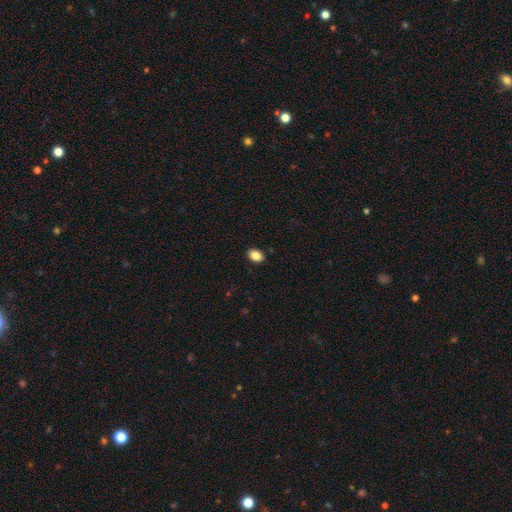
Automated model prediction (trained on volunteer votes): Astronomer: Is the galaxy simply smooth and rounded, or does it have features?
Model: smooth — 87%.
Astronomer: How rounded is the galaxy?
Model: in between — 79%.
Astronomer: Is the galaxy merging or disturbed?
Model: none — 89%.